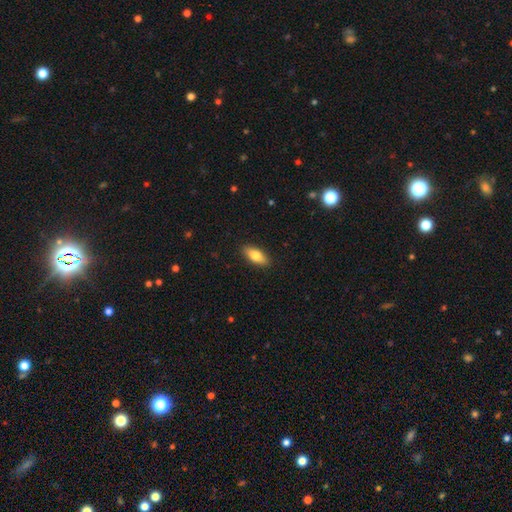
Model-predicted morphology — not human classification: Smooth or featured? smooth (76%)
How rounded? in between (78%)
Merging? none (89%)